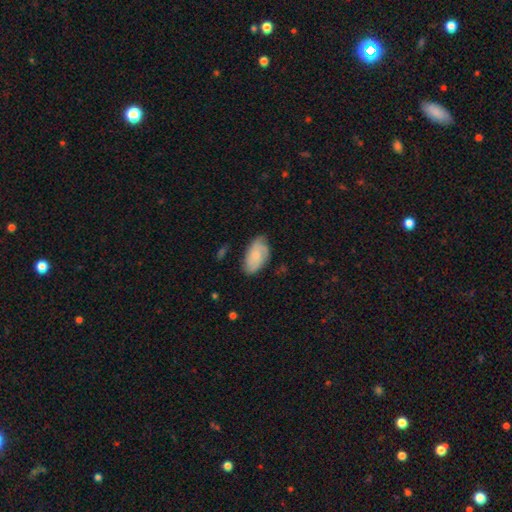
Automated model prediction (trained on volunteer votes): smooth 57%, featured or disk 37%, star or artifact 7%. Down the decision tree: how rounded — in between (93%); merging — none (68%).